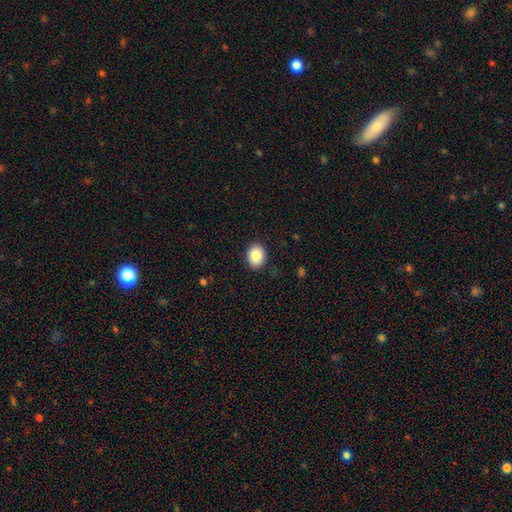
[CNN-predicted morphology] This appears to be a smooth galaxy with no disk features (86%) that is in between round and cigar-shaped (61%). Merging: none (90%).